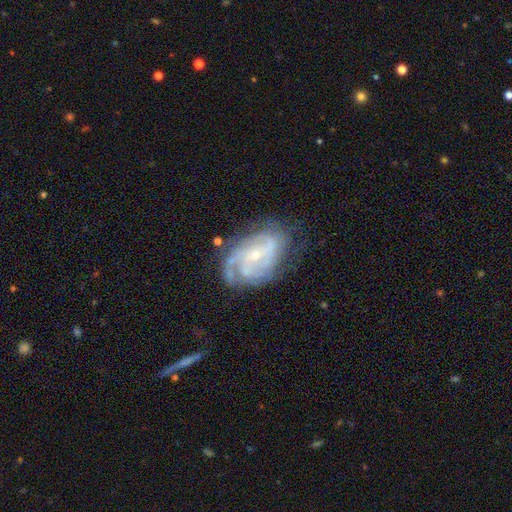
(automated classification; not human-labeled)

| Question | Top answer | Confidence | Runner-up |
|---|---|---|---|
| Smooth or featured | featured or disk | 85% | smooth (9%) |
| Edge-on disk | no | 97% | yes (3%) |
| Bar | no | 52% | weak (38%) |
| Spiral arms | yes | 93% | no (7%) |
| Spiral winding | tight | 53% | medium (37%) |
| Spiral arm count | can't tell | 31% | 3 (23%) |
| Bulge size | small | 74% | moderate (22%) |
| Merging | none | 62% | minor disturbance (23%) |